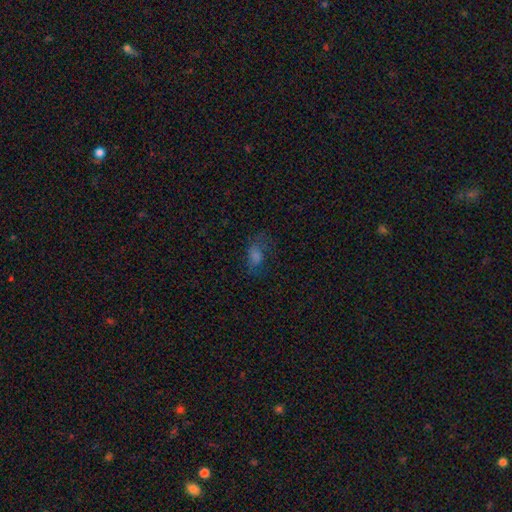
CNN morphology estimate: Overall: smooth (56%; star or artifact 24%). How rounded: in between (80%). Merging: none (55%; minor disturbance 22%).